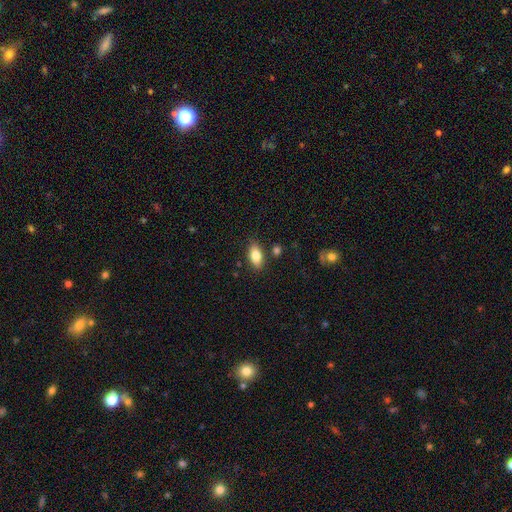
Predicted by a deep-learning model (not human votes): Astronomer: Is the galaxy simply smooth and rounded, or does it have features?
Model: smooth — 81%.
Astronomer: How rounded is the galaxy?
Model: in between — 89%.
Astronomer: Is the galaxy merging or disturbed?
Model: none — 83%.